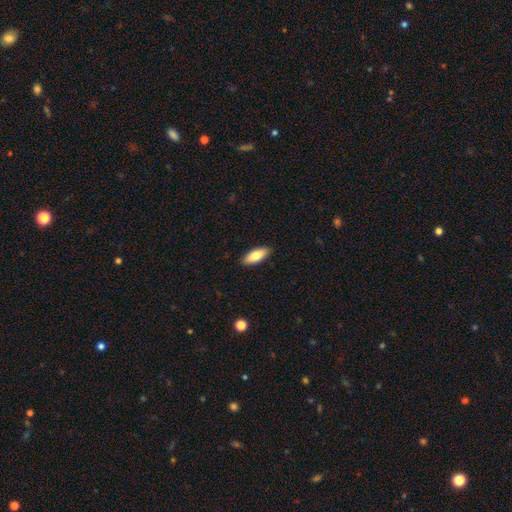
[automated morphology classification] A smooth galaxy with no disk features (80%) that is in between round and cigar-shaped (77%). Merging: none (90%).